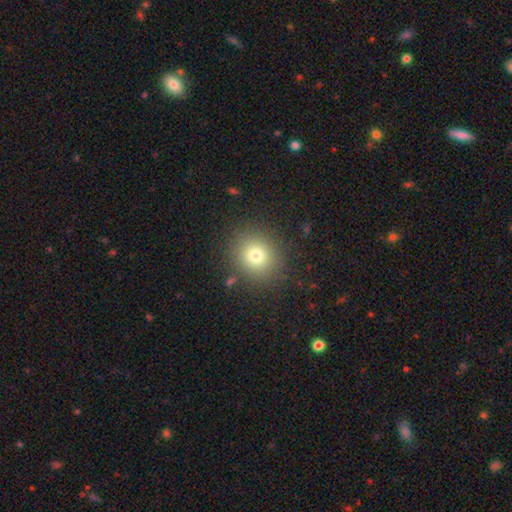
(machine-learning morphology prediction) The model was most divided on "smooth or featured": smooth: 75%, star or artifact: 15%, featured or disk: 10%. More confident: merging — none (87%); how rounded — round (86%).